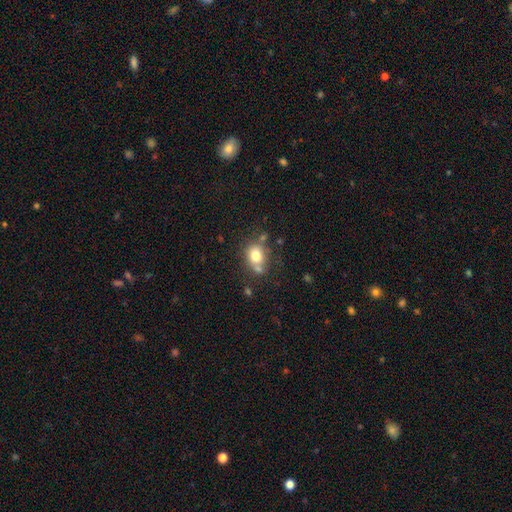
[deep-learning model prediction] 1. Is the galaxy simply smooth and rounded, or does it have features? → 75% smooth, 14% featured or disk, 11% star or artifact.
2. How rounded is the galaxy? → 57% round, 42% in between, 1% cigar-shaped.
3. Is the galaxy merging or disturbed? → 57% none, 20% merger, 17% minor disturbance, 6% major disturbance.